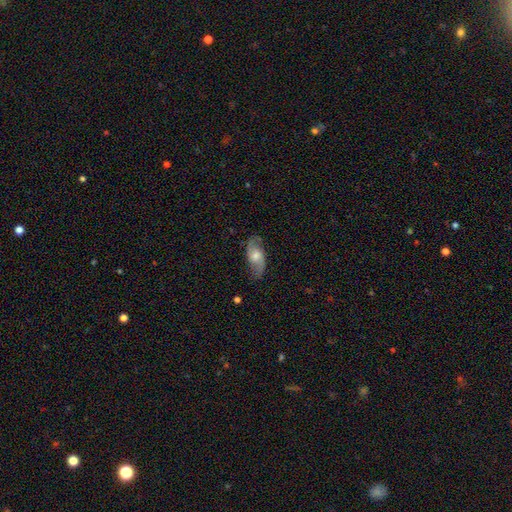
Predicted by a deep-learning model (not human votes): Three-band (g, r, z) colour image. It shows a featured or disk galaxy (52%). Merging: none (73%).